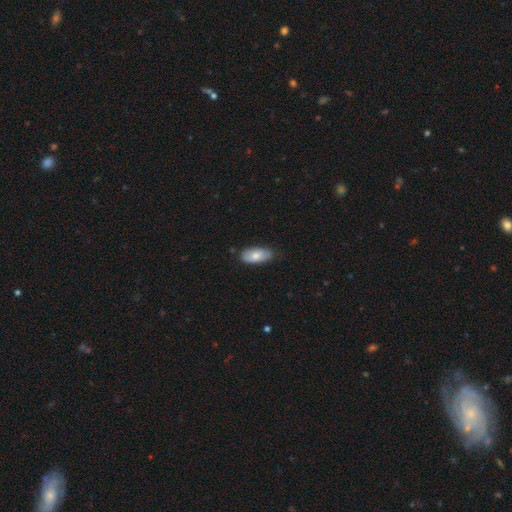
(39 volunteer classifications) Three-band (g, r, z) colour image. It shows a smooth galaxy with no disk features (67%) that is in between round and cigar-shaped (88%). Merging: none (71%).